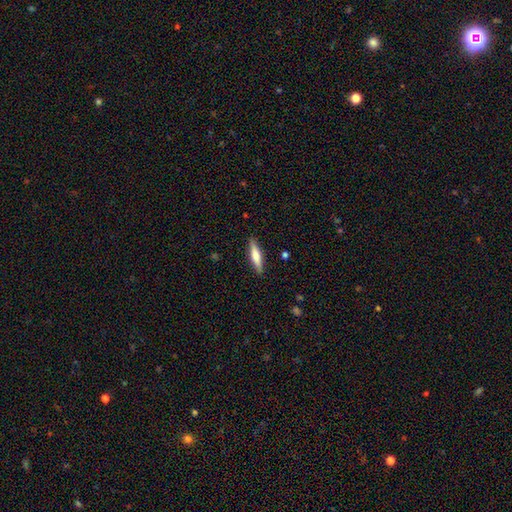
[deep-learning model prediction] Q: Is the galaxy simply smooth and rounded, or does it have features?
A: smooth — 59%.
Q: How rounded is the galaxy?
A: cigar-shaped — 81%.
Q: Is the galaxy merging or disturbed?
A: none — 89%.